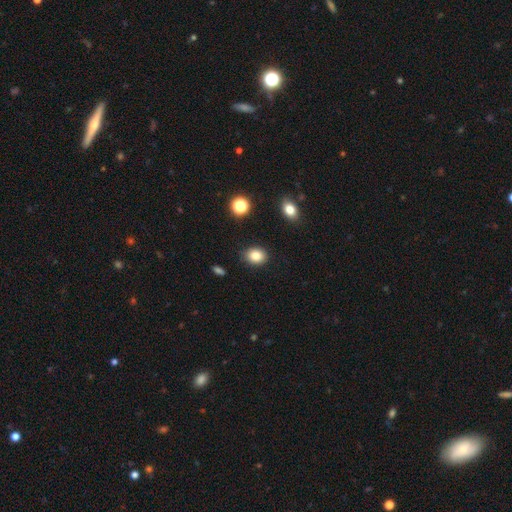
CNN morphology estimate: A smooth galaxy with no disk features (85%) that is in between round and cigar-shaped (54%). Merging: none (84%).